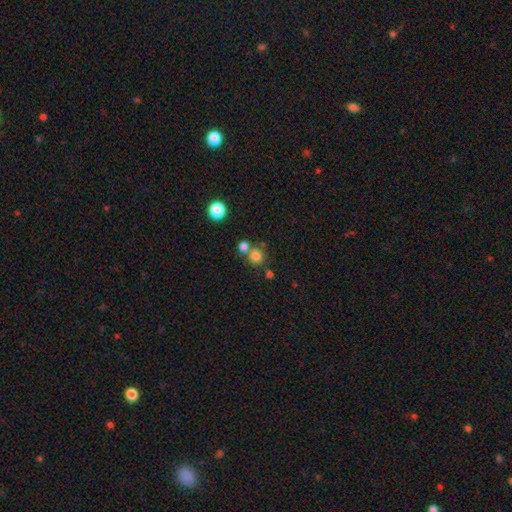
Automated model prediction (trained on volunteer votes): Q: Smooth or featured?
A: smooth (78%); runner-up: star or artifact (15%)
Q: How rounded?
A: round (89%); runner-up: in between (10%)
Q: Merging?
A: none (63%); runner-up: merger (27%)